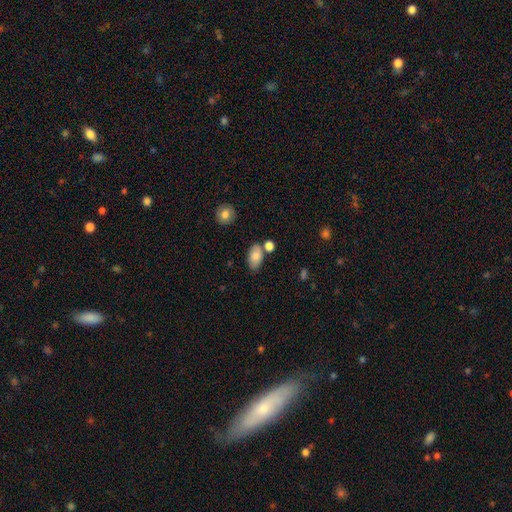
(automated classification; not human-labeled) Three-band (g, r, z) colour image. It shows a smooth galaxy with no disk features (81%) that is in between round and cigar-shaped (91%). Merging: none (65%).